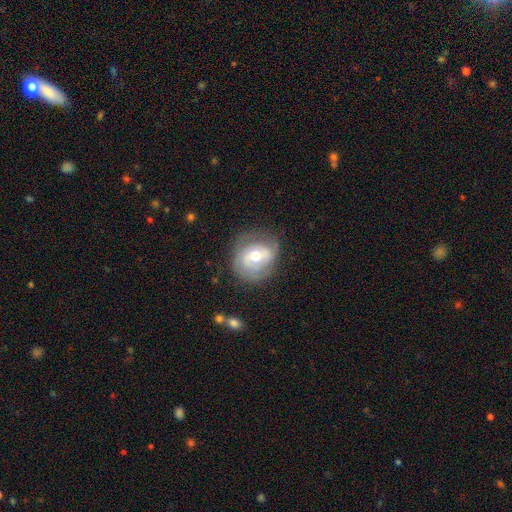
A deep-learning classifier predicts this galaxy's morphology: A featured or disk galaxy (55%) with no bar (44%), spiral arms (59%) and a moderate central bulge (74%). Merging: none (67%).